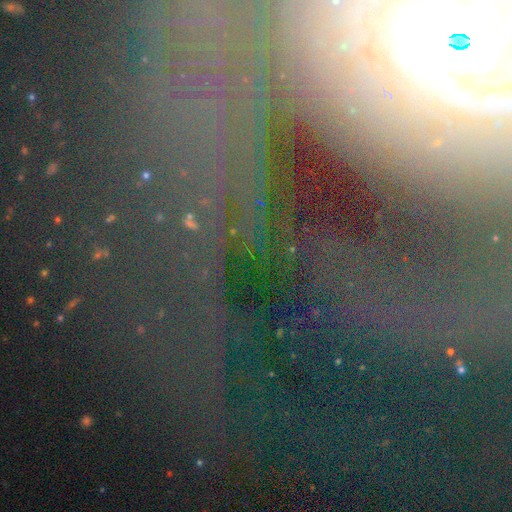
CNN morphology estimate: A star or artifact, not a galaxy (52%).